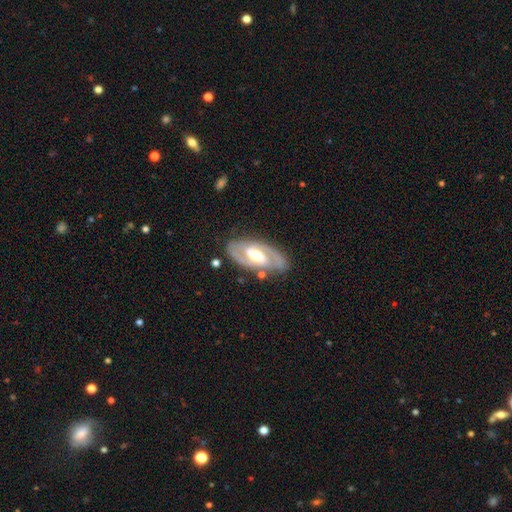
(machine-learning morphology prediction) A featured or disk galaxy (85%) with a weak bar (41%), 2 (88%) medium (48%) spiral arms (89%) and a moderate central bulge (71%). Merging: none (81%).